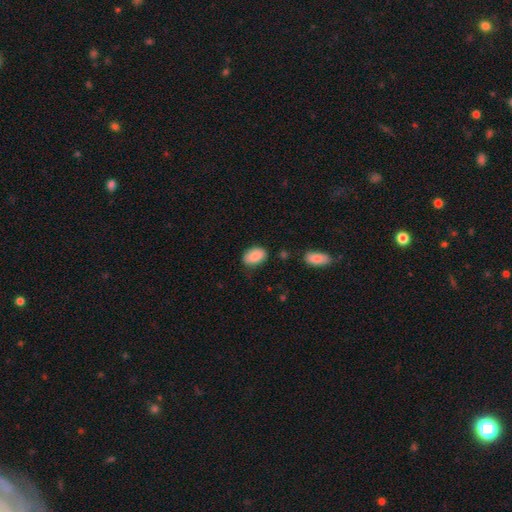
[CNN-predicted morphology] type=smooth (88%); roundness=in between (90%); merging=none (77%).